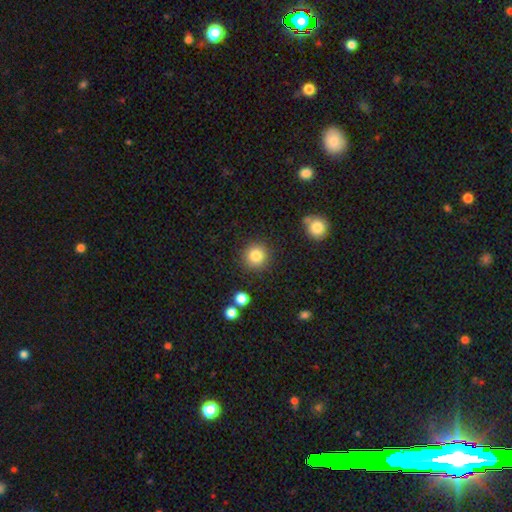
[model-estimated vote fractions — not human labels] A smooth galaxy with no disk features (84%) that is round (93%). Merging: none (88%).